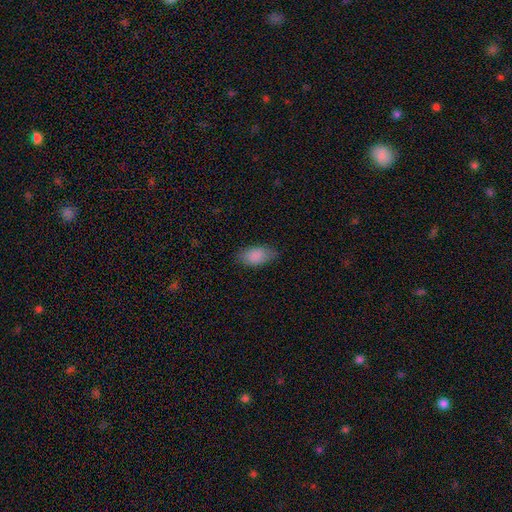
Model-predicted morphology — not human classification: A smooth galaxy with no disk features (87%) that is in between round and cigar-shaped (93%). Merging: none (77%).